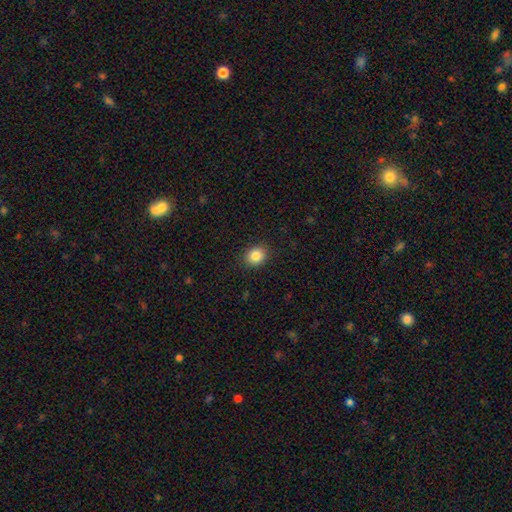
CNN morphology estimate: This is clearly a smooth galaxy (85%). How rounded: likely round (66%). Merging: clearly none (89%).